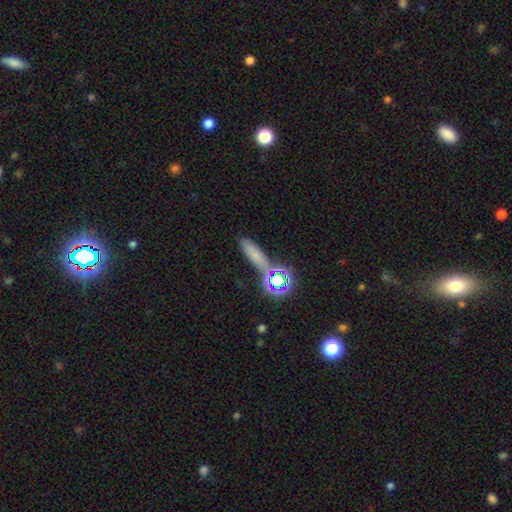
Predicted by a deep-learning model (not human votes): This appears to be a smooth galaxy with no disk features (62%) that is cigar-shaped (61%). Merging: none (69%).